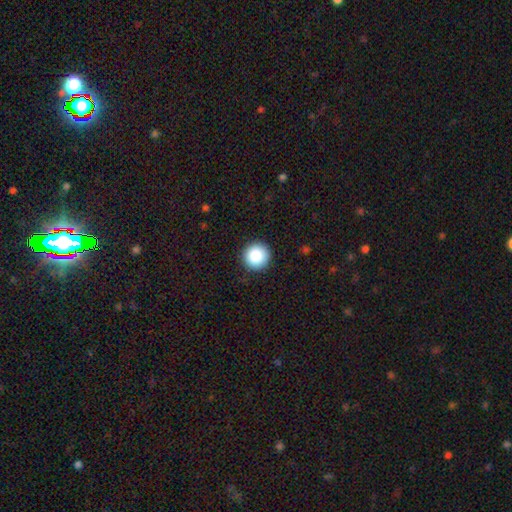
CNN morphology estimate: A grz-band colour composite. It shows a smooth galaxy with no disk features (86%) that is round (95%). Merging: none (91%).